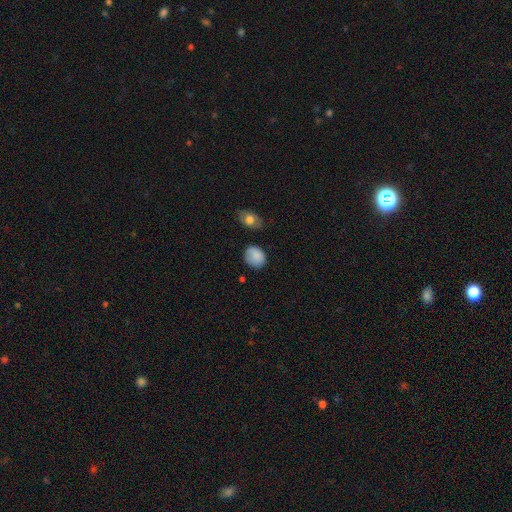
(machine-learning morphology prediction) smooth_or_featured: smooth (p=0.86) [alt: star or artifact p=0.08]
how_rounded: round (p=0.56) [alt: in between p=0.43]
merging: none (p=0.71) [alt: minor disturbance p=0.22]